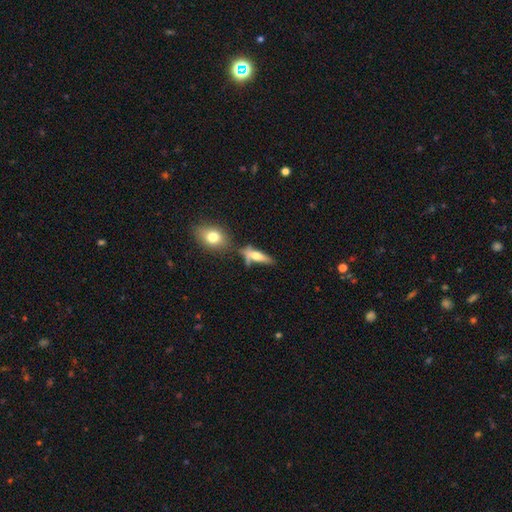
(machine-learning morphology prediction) Smooth or featured? Predicted: smooth (p=0.55). How rounded? Predicted: in between (p=0.48). Merging? Predicted: none (p=0.46).